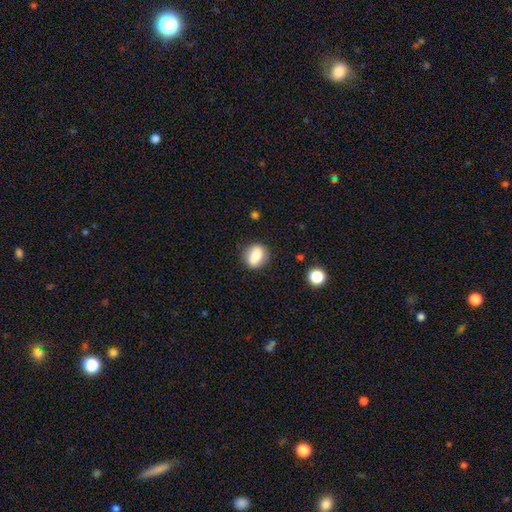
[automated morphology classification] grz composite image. It shows a smooth galaxy with no disk features (78%) that is round (55%). Merging: none (83%).